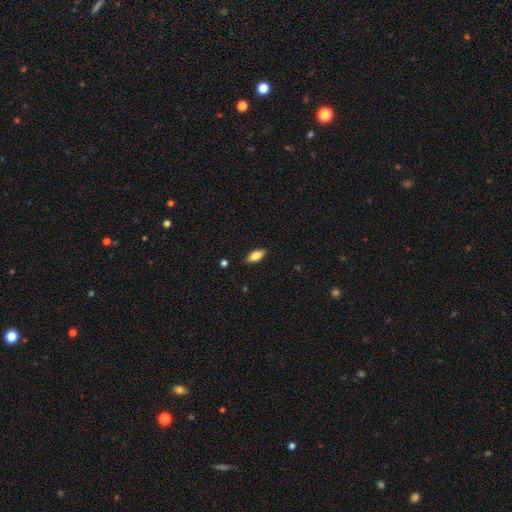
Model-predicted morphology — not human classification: This appears to be a smooth galaxy with no disk features (78%) that is in between round and cigar-shaped (84%). Merging: none (87%).